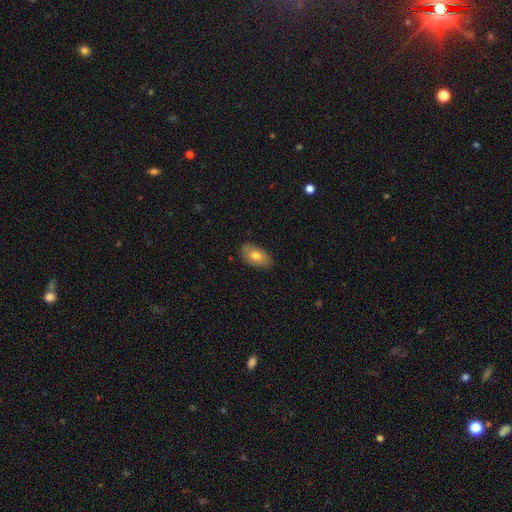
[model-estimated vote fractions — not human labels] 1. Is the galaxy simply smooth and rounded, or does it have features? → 74% smooth, 19% featured or disk, 7% star or artifact.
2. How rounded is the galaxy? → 92% in between, 6% round, 2% cigar-shaped.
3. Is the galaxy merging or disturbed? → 80% none, 17% minor disturbance, 3% major disturbance, 1% merger.